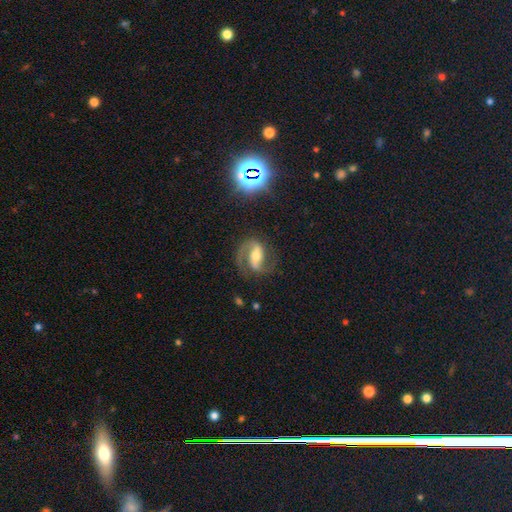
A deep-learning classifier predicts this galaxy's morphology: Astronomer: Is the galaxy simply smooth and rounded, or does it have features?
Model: featured or disk — 86%.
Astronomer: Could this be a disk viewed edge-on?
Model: no — 97%.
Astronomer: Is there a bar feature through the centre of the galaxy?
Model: strong — 49% (runner-up: weak, 33%).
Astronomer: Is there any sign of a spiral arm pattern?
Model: yes — 96%.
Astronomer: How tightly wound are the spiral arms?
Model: medium — 57%.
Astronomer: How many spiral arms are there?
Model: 2 — 87%.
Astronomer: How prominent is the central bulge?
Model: moderate — 59%.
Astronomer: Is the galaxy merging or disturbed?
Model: none — 74%.